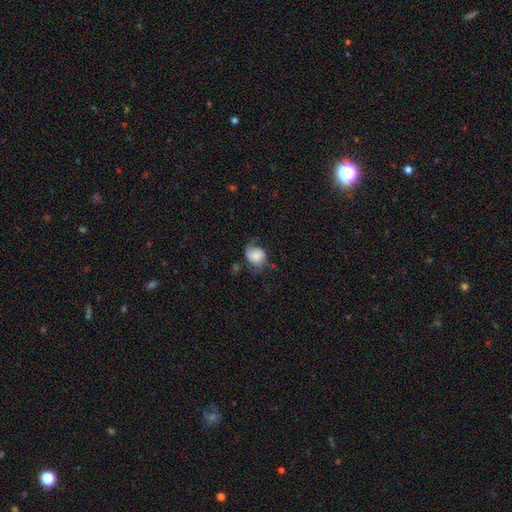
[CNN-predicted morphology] Smooth or featured: smooth — 59% (featured or disk — 33%)
How rounded: round — 52% (in between — 47%)
Merging: none — 46% (minor disturbance — 32%)